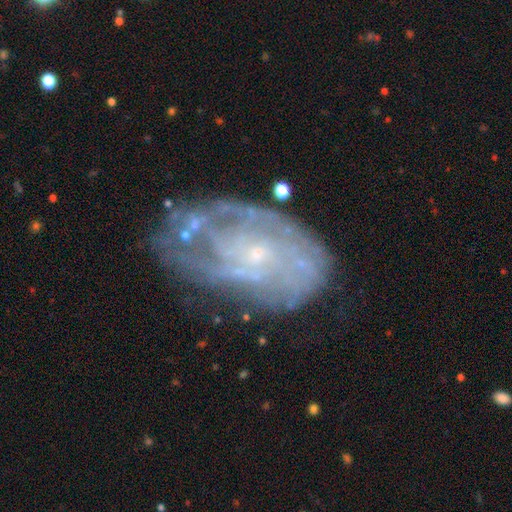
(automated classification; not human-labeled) featured or disk 79%, smooth 13%, star or artifact 8%. Down the decision tree: edge-on disk — no (96%); bar — no (78%); spiral arms — yes (80%); spiral arm count — can't tell (51%); spiral winding — tight (59%); bulge size — small (83%); merging — none (61%).